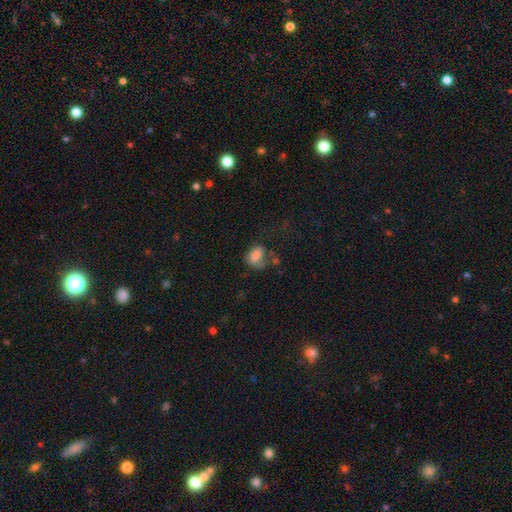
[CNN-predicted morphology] Smooth or featured? Predicted: smooth (p=0.73). How rounded? Predicted: in between (p=0.75). Merging? Predicted: none (p=0.36).